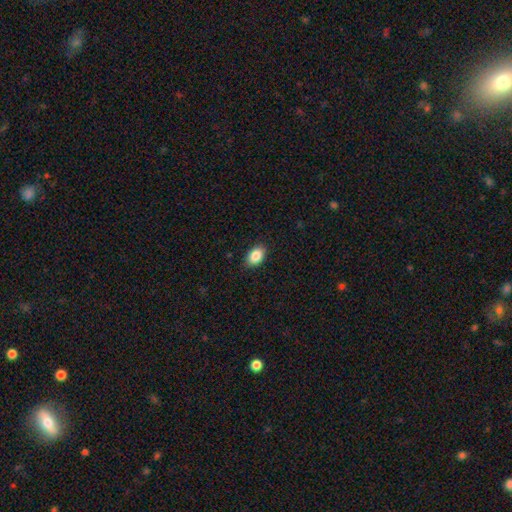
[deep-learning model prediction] smooth_or_featured: smooth (p=0.87) [alt: star or artifact p=0.08]
how_rounded: in between (p=0.86) [alt: round p=0.13]
merging: none (p=0.88) [alt: minor disturbance p=0.09]